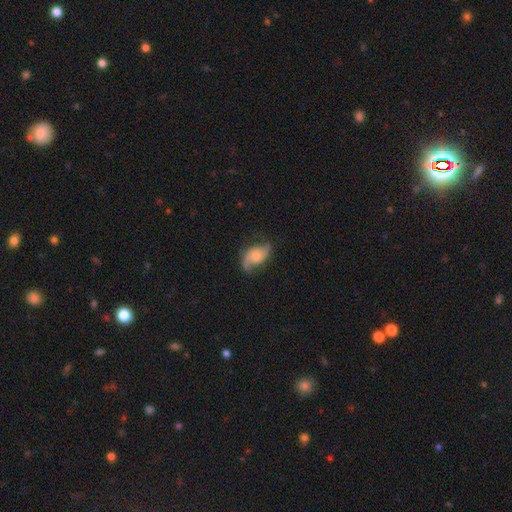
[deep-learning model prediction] This is likely a featured or disk galaxy (78%). It is clearly not viewed edge-on (97%). Bar: likely no (61%). Spiral arm pattern: clearly yes (96%). Spiral arm count: clearly 2 (89%). Spiral winding: likely loose (65%). Central bulge: marginally small (30%). Merging: likely none (70%).